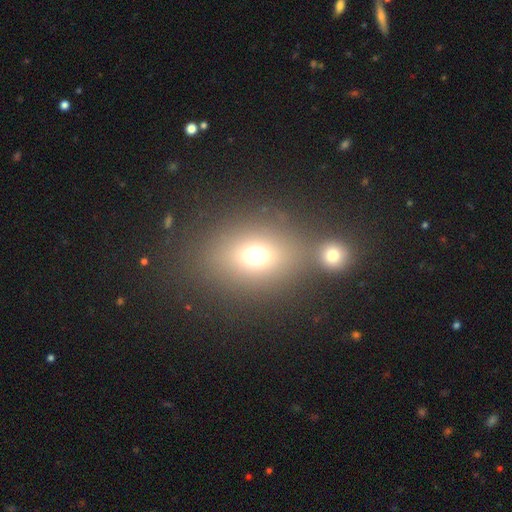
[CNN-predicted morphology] Smooth or featured? smooth (68%)
How rounded? round (52%)
Merging? none (53%)